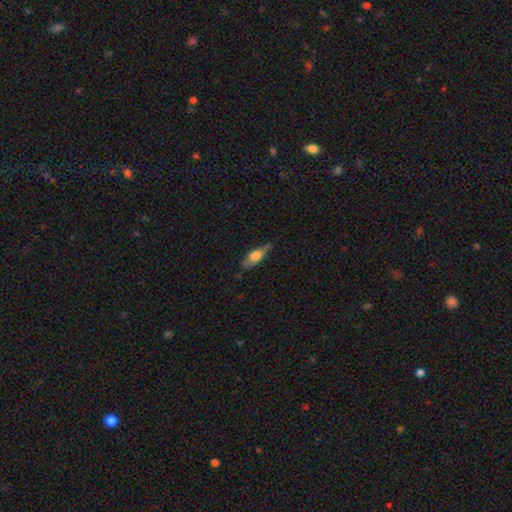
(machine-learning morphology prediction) Q: Smooth or featured?
A: smooth (61%); runner-up: featured or disk (33%)
Q: How rounded?
A: in between (62%); runner-up: cigar-shaped (35%)
Q: Merging?
A: none (67%); runner-up: minor disturbance (26%)